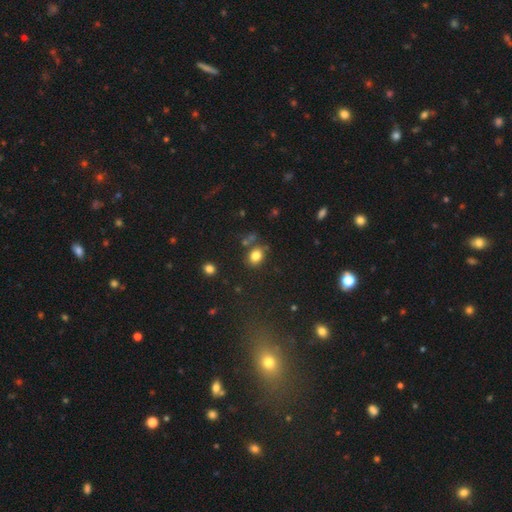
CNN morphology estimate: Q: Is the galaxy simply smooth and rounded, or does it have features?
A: smooth — 81%.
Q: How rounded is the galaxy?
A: in between — 60%.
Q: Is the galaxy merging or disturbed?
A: none — 70%.